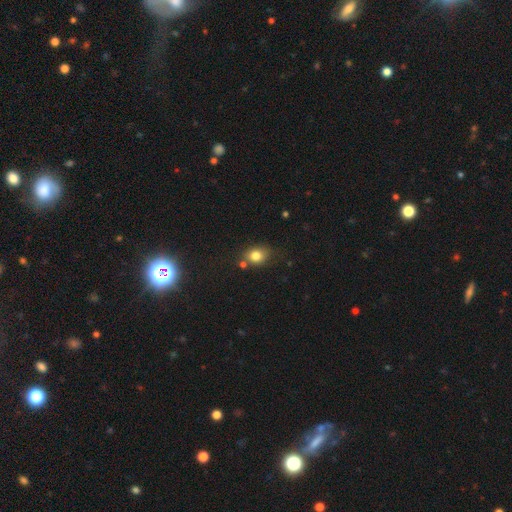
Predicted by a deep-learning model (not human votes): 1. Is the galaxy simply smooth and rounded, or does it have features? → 80% smooth, 12% star or artifact, 9% featured or disk.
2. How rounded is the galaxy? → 53% round, 46% in between, 1% cigar-shaped.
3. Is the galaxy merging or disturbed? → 67% none, 17% minor disturbance, 11% merger, 5% major disturbance.